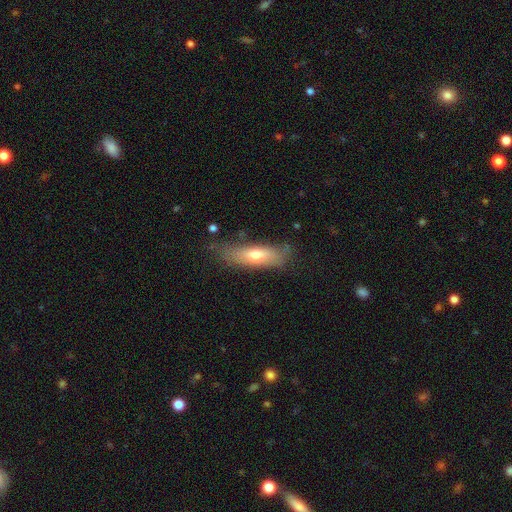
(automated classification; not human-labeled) Q: Smooth or featured?
A: smooth (63%); runner-up: featured or disk (30%)
Q: How rounded?
A: in between (51%); runner-up: cigar-shaped (46%)
Q: Merging?
A: none (67%); runner-up: minor disturbance (23%)